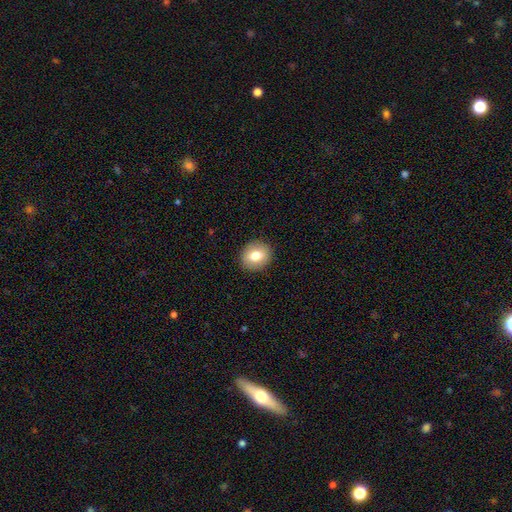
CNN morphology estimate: Smooth or featured? Predicted: smooth (p=0.75). How rounded? Predicted: round (p=0.72). Merging? Predicted: none (p=0.90).